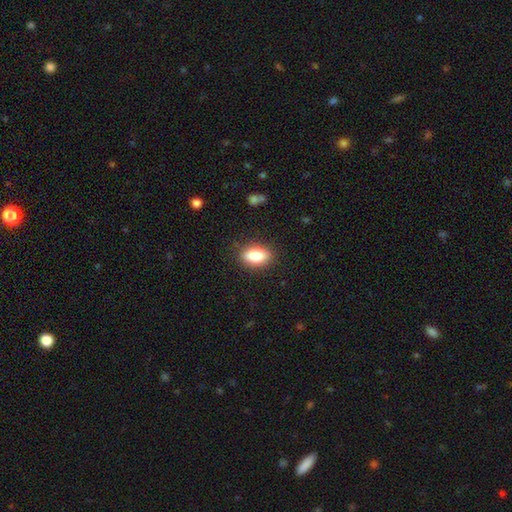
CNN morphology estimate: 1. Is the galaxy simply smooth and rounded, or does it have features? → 85% smooth, 8% featured or disk, 7% star or artifact.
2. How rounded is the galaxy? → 87% in between, 7% round, 5% cigar-shaped.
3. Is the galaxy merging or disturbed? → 86% none, 10% minor disturbance, 3% major disturbance, 1% merger.